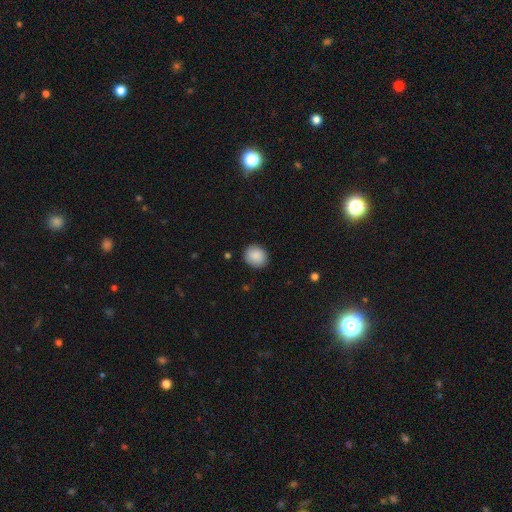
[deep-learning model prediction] A smooth galaxy with no disk features (89%) that is round (73%). Merging: none (88%).